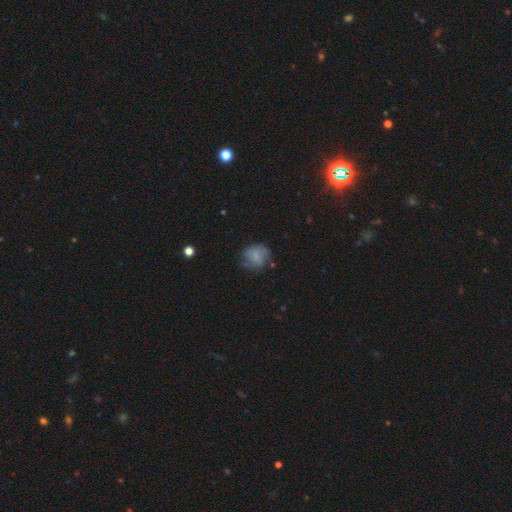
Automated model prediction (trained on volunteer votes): Smooth or featured? smooth (66%)
How rounded? round (73%)
Merging? none (54%)